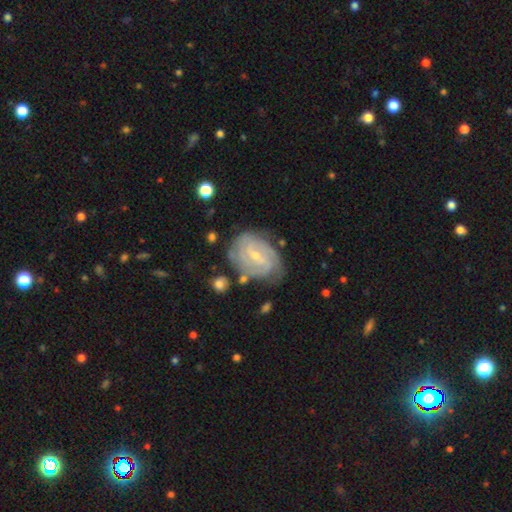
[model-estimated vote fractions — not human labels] Smooth or featured? featured or disk (87%)
Edge-on disk? no (97%)
Bar? weak (54%)
Spiral arms? yes (96%)
Spiral winding? tight (68%)
Spiral arm count? 2 (35%)
Bulge size? small (67%)
Merging? none (71%)